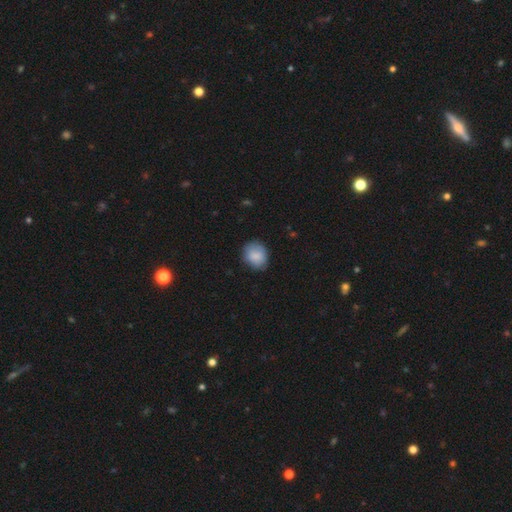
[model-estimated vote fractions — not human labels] Overall: smooth (84%). How rounded: round (60%; in between 39%). Merging: none (76%).